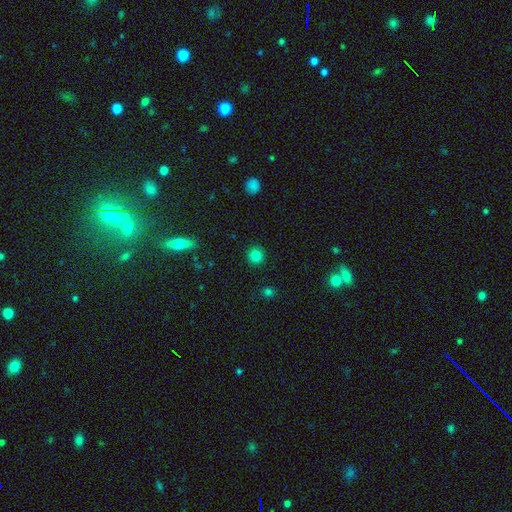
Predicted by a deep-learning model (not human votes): This appears to be a smooth galaxy with no disk features (83%) that is round (94%). Merging: none (91%).